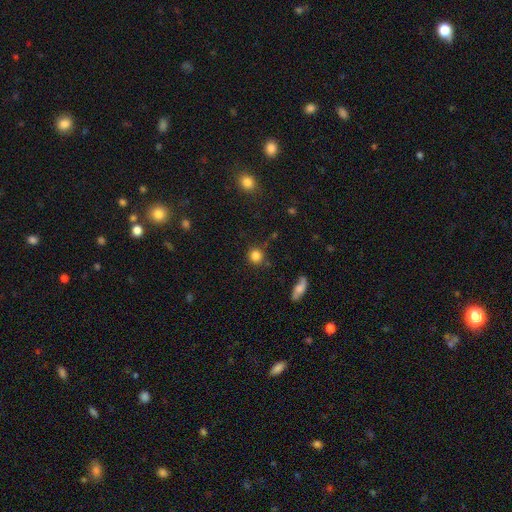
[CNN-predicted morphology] The model was most divided on "merging": none: 83%, minor disturbance: 10%, merger: 3%, major disturbance: 3%. More confident: how rounded — round (91%); smooth or featured — smooth (84%).